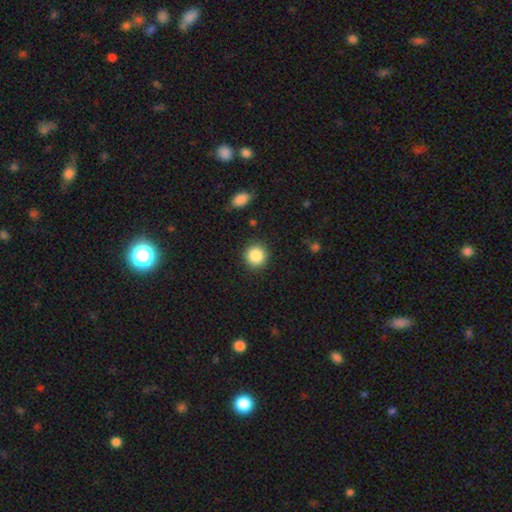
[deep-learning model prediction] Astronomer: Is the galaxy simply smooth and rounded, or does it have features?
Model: smooth — 87%.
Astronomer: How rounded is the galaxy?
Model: round — 93%.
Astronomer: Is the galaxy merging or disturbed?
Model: none — 90%.